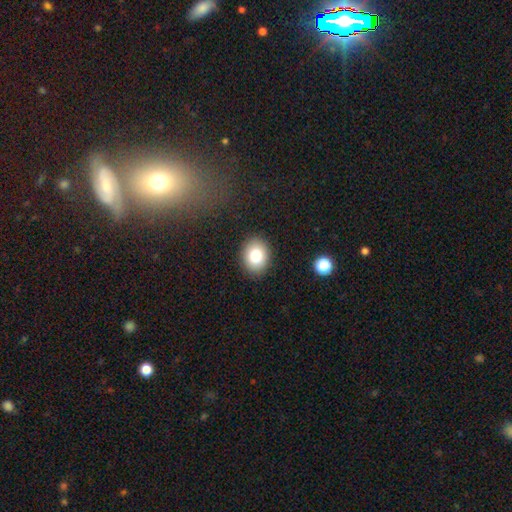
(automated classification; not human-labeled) Morphology: type=smooth (84%); roundness=in between (53%); merging=none (89%).